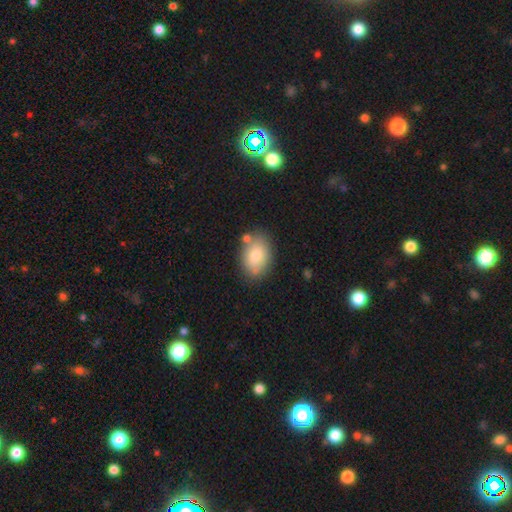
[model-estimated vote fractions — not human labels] Overall: smooth (79%). How rounded: in between (81%). Merging: none (73%).